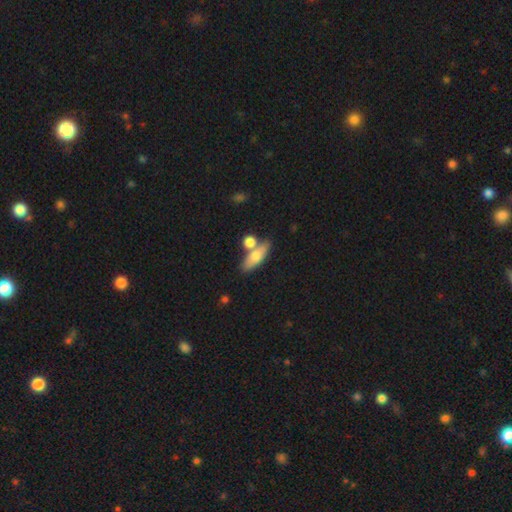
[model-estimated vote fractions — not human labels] A smooth galaxy with no disk features (64%) that is in between round and cigar-shaped (56%).

Vote fractions:
- Smooth or featured? smooth: 64% / featured or disk: 29% / star or artifact: 7%
- How rounded? in between: 56% / cigar-shaped: 37% / round: 7%
- Merging? none: 59% / merger: 25% / minor disturbance: 11% / major disturbance: 4%